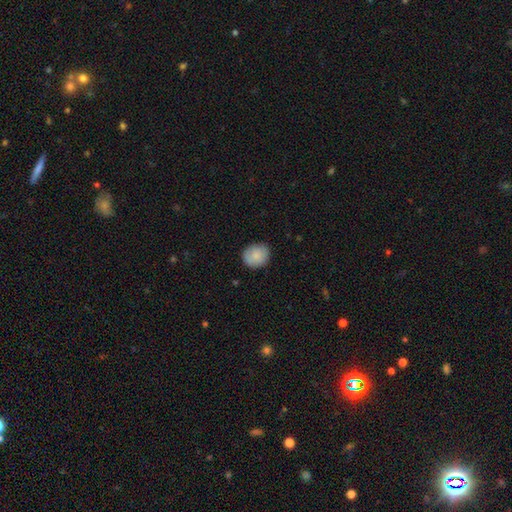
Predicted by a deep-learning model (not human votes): Smooth or featured? Predicted: smooth (p=0.83). How rounded? Predicted: round (p=0.76). Merging? Predicted: none (p=0.82).